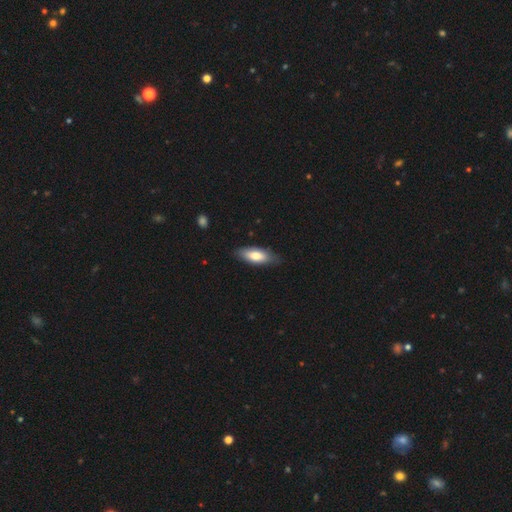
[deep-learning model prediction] This appears to be a smooth galaxy with no disk features (75%) that is in between round and cigar-shaped (74%). Merging: none (80%).